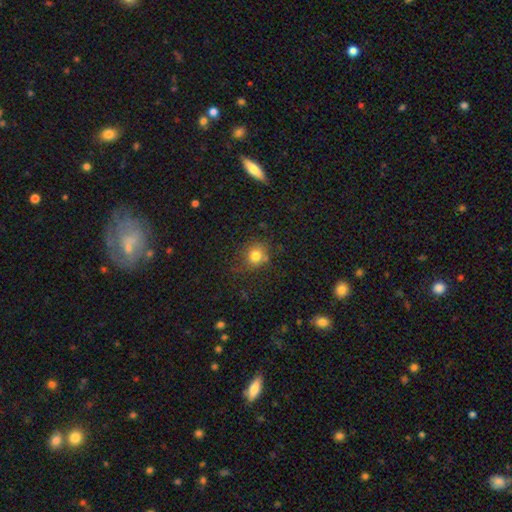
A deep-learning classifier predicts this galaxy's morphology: type=smooth (79%); roundness=round (80%); merging=none (74%).